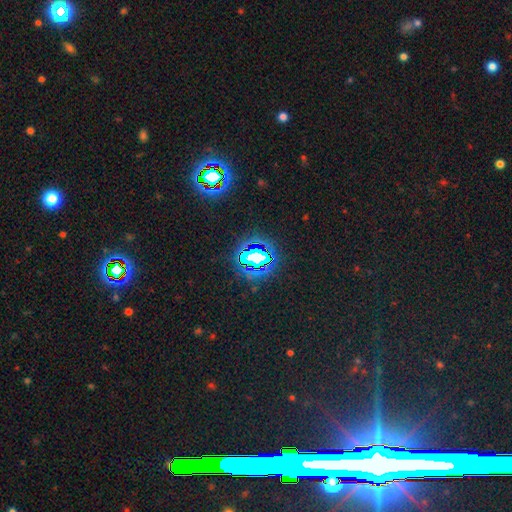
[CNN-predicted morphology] Q: Smooth or featured?
A: star or artifact (74%); runner-up: smooth (16%)